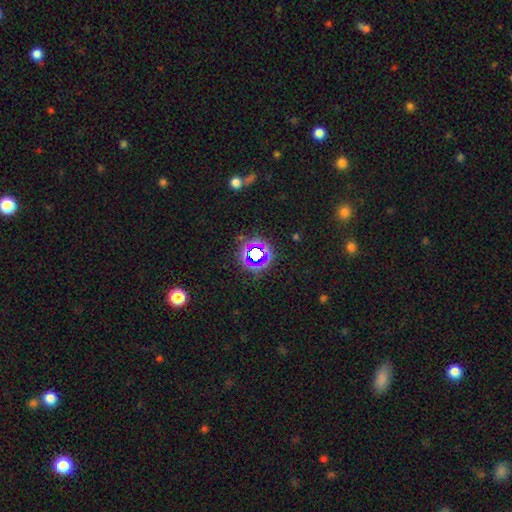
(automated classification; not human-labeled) A star or artifact, not a galaxy (67%).

Vote fractions:
- Smooth or featured? star or artifact: 67% / smooth: 21% / featured or disk: 12%